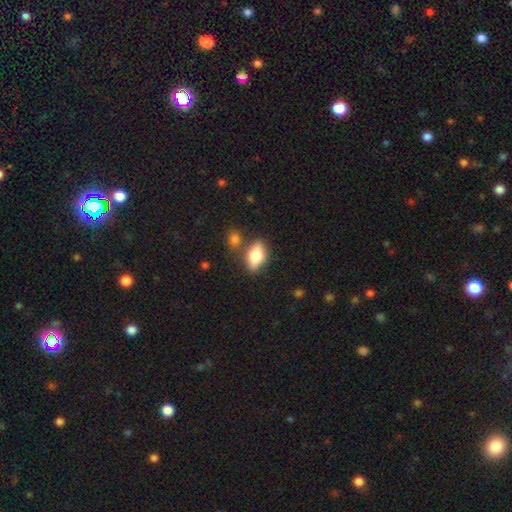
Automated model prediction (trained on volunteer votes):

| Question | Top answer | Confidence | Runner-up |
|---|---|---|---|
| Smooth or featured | smooth | 71% | featured or disk (21%) |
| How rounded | in between | 84% | round (8%) |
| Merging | none | 73% | minor disturbance (13%) |